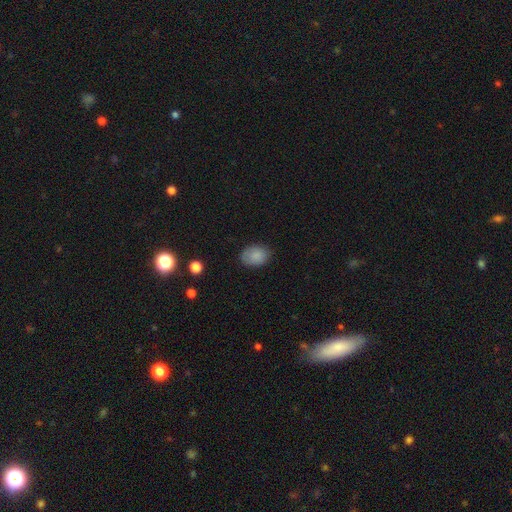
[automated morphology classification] type=smooth (85%); roundness=in between (75%); merging=none (78%).